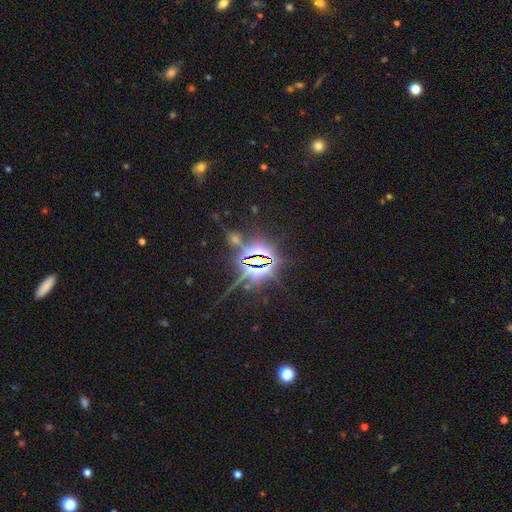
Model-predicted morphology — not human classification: type=star or artifact (85%).